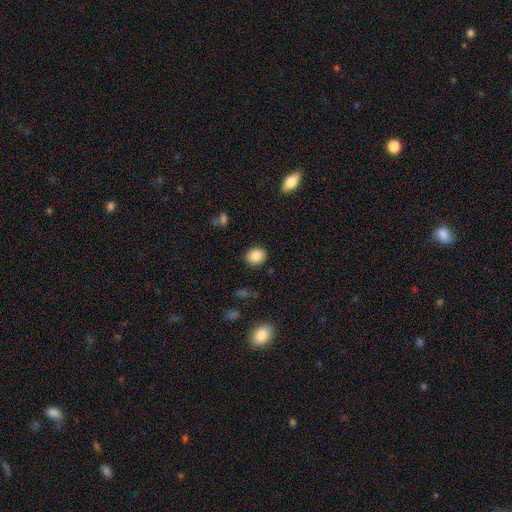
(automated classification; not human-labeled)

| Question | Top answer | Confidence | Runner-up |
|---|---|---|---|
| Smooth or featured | smooth | 85% | star or artifact (9%) |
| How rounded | round | 65% | in between (34%) |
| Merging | none | 89% | minor disturbance (8%) |